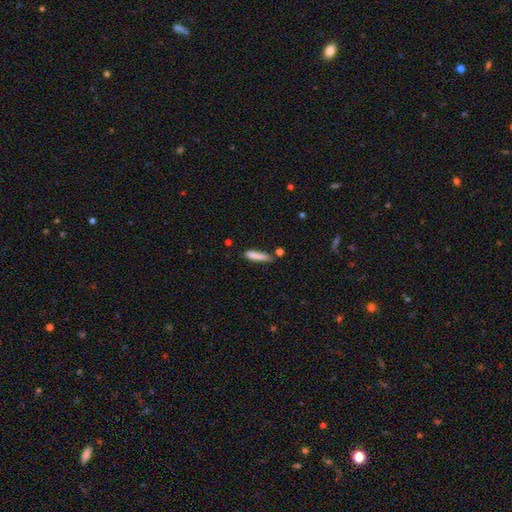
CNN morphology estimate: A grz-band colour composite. It shows a smooth galaxy with no disk features (83%) that is cigar-shaped (84%). Merging: none (69%).